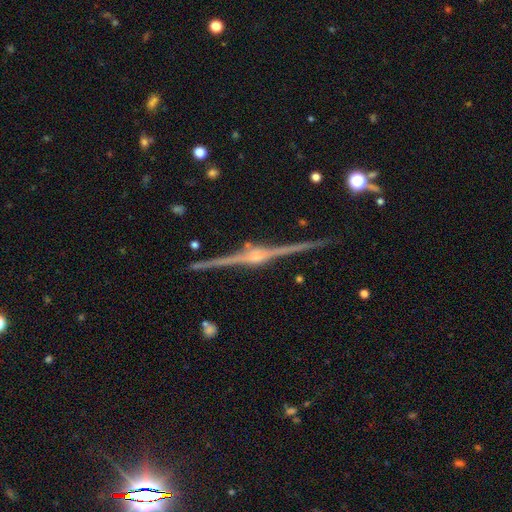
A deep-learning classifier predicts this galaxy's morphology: Smooth or featured? Predicted: featured or disk (p=0.91). Edge-on disk? Predicted: yes (p=0.99). Edge-on bulge? Predicted: rounded (p=0.90). Merging? Predicted: none (p=0.90).